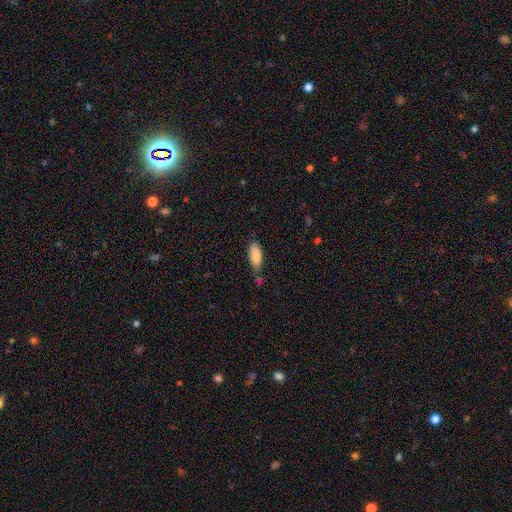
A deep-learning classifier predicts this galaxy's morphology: smooth_or_featured: smooth (p=0.85) [alt: featured or disk p=0.08]
how_rounded: in between (p=0.83) [alt: cigar-shaped p=0.15]
merging: none (p=0.62) [alt: minor disturbance p=0.24]